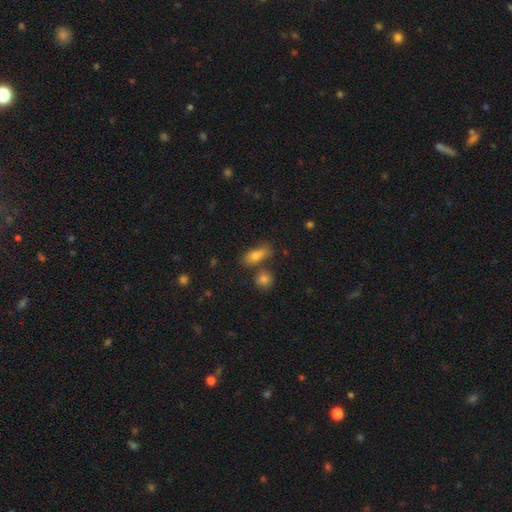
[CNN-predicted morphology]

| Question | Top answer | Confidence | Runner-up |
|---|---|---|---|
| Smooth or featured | smooth | 76% | featured or disk (14%) |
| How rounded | in between | 73% | cigar-shaped (18%) |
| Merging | none | 54% | merger (25%) |